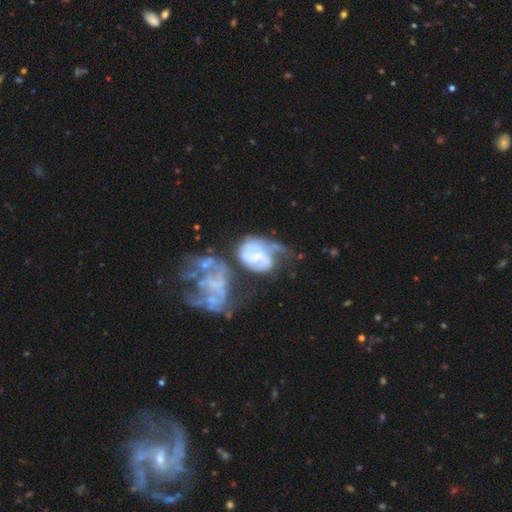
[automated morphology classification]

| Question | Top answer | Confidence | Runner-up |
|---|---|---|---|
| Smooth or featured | featured or disk | 77% | smooth (16%) |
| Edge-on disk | no | 97% | yes (3%) |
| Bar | weak | 44% | no (40%) |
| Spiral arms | yes | 81% | no (19%) |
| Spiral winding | tight | 38% | medium (37%) |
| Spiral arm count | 2 | 49% | can't tell (23%) |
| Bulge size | small | 43% | moderate (38%) |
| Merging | merger | 40% | major disturbance (24%) |